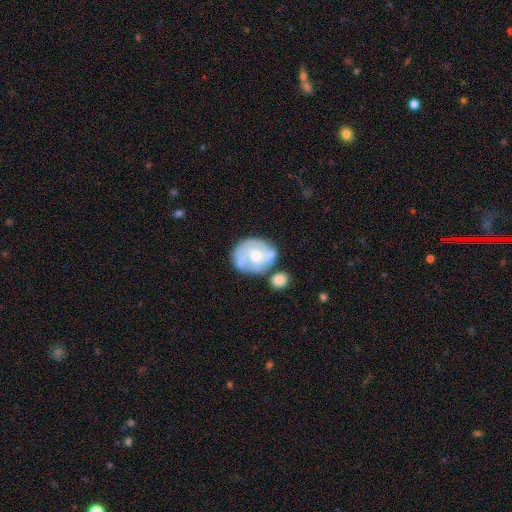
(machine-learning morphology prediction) smooth-or-featured: featured or disk: 62% | smooth: 31% | star or artifact: 7%
  disk-edge-on: no: 97% | yes: 3%
    bar: no: 74% | weak: 22% | strong: 4%
    has-spiral-arms: yes: 63% | no: 37%
    bulge-size: moderate: 59% | small: 32% | large: 5% | none: 3% | dominant: 1%
  merging: none: 54% | minor disturbance: 21% | merger: 16% | major disturbance: 9%